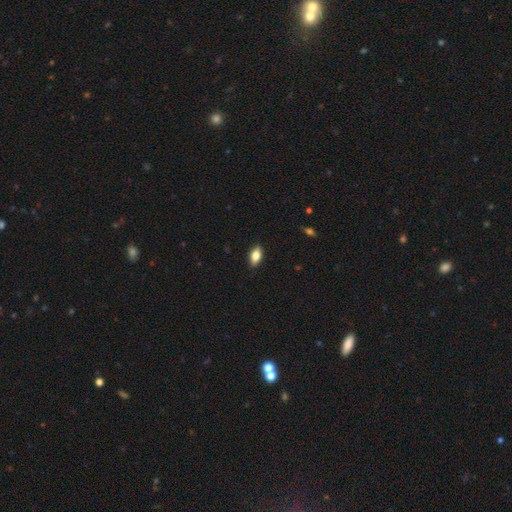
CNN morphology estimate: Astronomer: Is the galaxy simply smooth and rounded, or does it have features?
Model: smooth — 77%.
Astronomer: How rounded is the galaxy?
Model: in between — 88%.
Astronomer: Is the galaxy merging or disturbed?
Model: none — 88%.